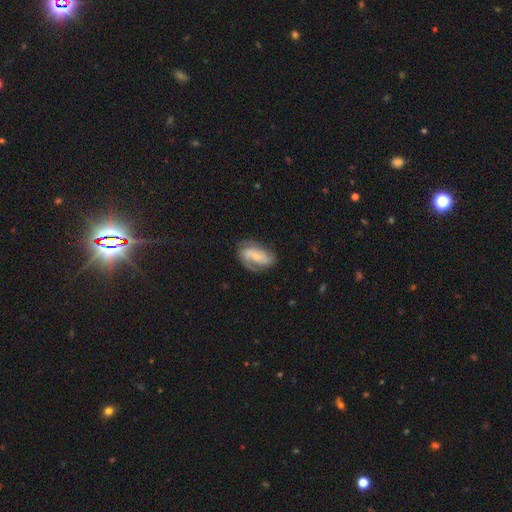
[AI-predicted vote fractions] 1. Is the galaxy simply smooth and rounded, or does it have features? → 71% featured or disk, 22% smooth, 6% star or artifact.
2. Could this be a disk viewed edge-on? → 96% no, 4% yes.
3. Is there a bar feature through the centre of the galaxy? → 50% no, 32% weak, 18% strong.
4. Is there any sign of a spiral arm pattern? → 90% yes, 10% no.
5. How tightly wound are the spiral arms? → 44% medium, 34% tight, 23% loose.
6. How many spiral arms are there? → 66% 2, 14% can't tell, 10% 1, 7% 3, 2% 4, 2% more than 4.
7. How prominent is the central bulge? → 64% small, 27% moderate, 5% none, 3% large, 1% dominant.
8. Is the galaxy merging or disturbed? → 64% none, 22% minor disturbance, 12% major disturbance, 2% merger.